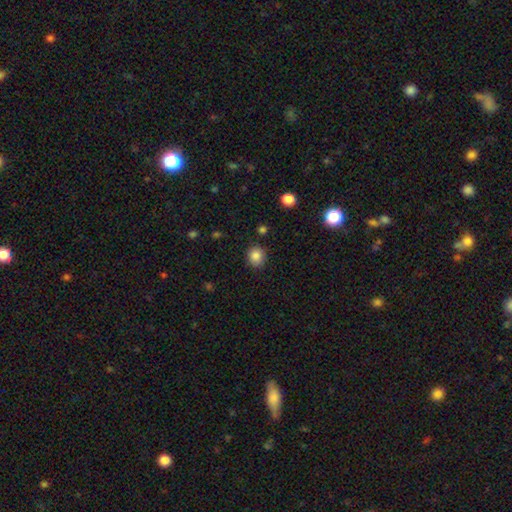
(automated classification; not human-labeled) Smooth or featured?
  - smooth: 85% *
  - star or artifact: 10%
  - featured or disk: 5%
How rounded?
  - round: 79% *
  - in between: 20%
  - cigar-shaped: 1%
Merging?
  - none: 86% *
  - minor disturbance: 9%
  - major disturbance: 2%
  - merger: 2%